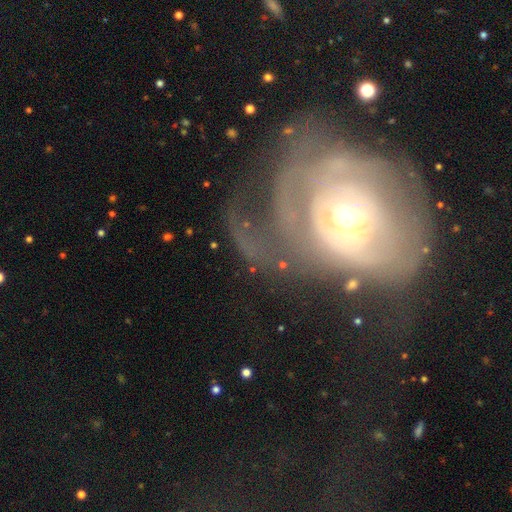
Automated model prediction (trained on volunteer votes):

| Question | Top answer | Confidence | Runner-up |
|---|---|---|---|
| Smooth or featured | featured or disk | 70% | smooth (18%) |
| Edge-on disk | no | 93% | yes (7%) |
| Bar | no | 66% | weak (21%) |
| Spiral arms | yes | 63% | no (37%) |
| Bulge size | moderate | 65% | small (16%) |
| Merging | none | 41% | major disturbance (37%) |